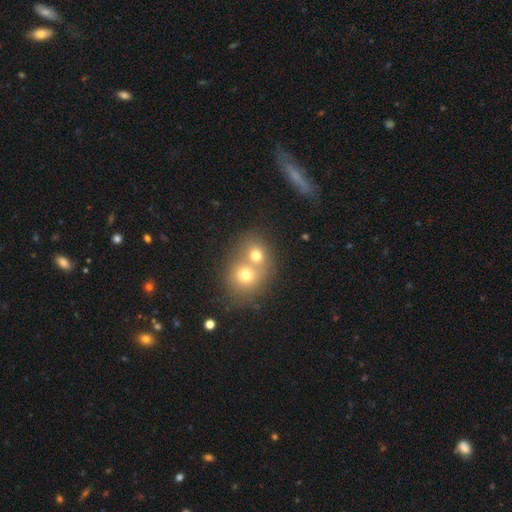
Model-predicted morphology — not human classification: This appears to be a smooth galaxy with no disk features (69%) that is round (72%). Merging: merger (64%).